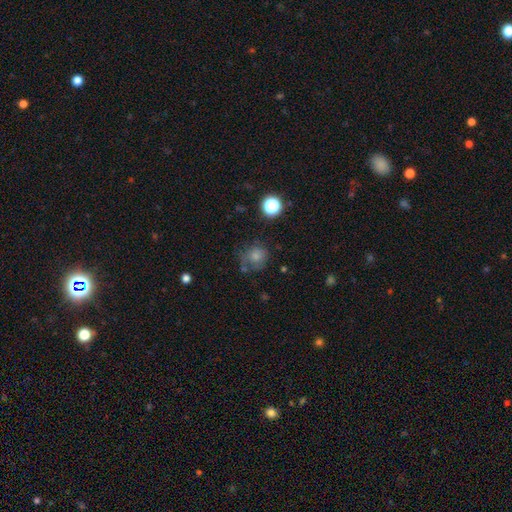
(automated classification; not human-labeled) smooth_or_featured: smooth (p=0.73) [alt: star or artifact p=0.15]
how_rounded: round (p=0.81) [alt: in between p=0.18]
merging: none (p=0.55) [alt: minor disturbance p=0.24]